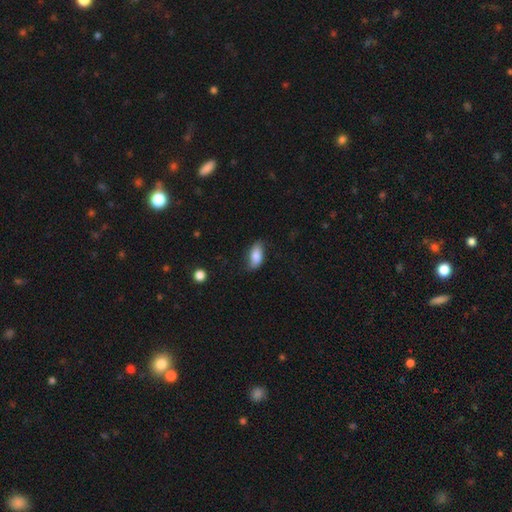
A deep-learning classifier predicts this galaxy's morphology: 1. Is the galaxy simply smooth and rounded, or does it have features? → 80% smooth, 13% featured or disk, 7% star or artifact.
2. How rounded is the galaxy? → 90% in between, 7% cigar-shaped, 3% round.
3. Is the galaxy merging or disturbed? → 74% none, 20% minor disturbance, 4% major disturbance, 1% merger.